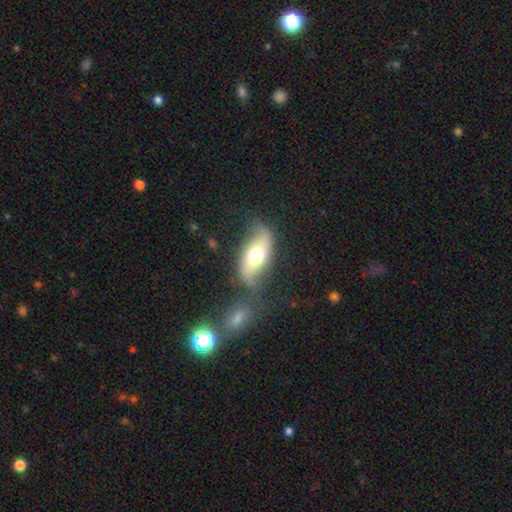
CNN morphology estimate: Smooth or featured? featured or disk (47%)
Merging? none (54%)